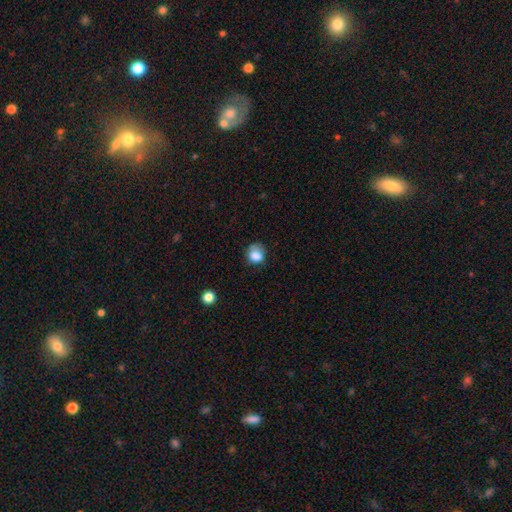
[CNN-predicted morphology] Smooth or featured? Predicted: smooth (p=0.81). How rounded? Predicted: round (p=0.69). Merging? Predicted: none (p=0.51).